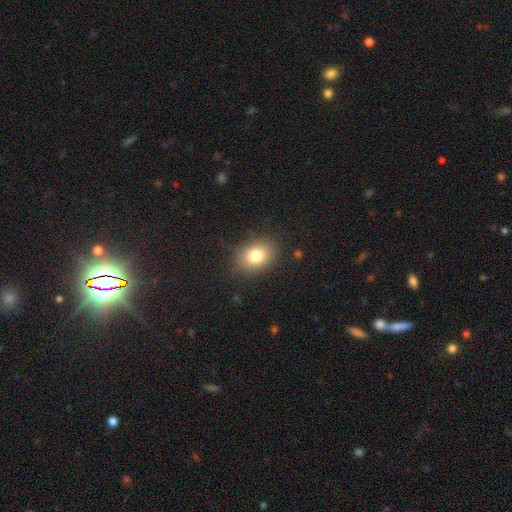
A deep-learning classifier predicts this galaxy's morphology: A smooth galaxy with no disk features (79%) that is in between round and cigar-shaped (65%).

Vote fractions:
- Smooth or featured? smooth: 79% / star or artifact: 11% / featured or disk: 10%
- How rounded? in between: 65% / round: 34% / cigar-shaped: 1%
- Merging? none: 85% / minor disturbance: 10% / major disturbance: 3% / merger: 1%